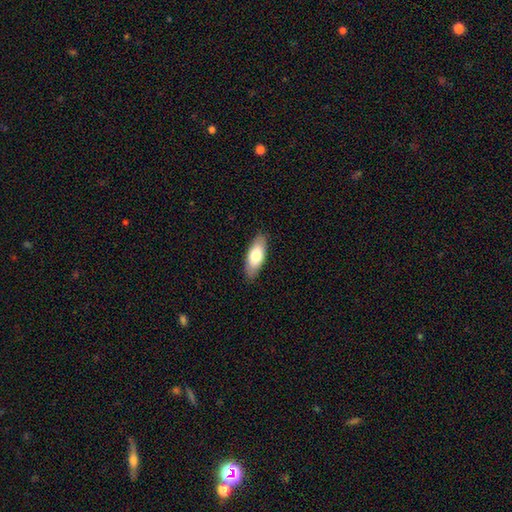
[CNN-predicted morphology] smooth_or_featured: smooth (p=0.75) [alt: featured or disk p=0.20]
how_rounded: in between (p=0.80) [alt: cigar-shaped p=0.18]
merging: none (p=0.87) [alt: minor disturbance p=0.10]